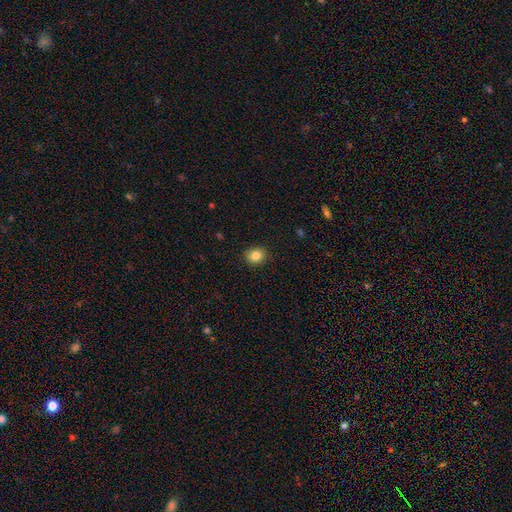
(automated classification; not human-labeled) Smooth or featured: smooth — 84% (star or artifact — 10%)
How rounded: round — 69% (in between — 31%)
Merging: none — 91% (minor disturbance — 6%)